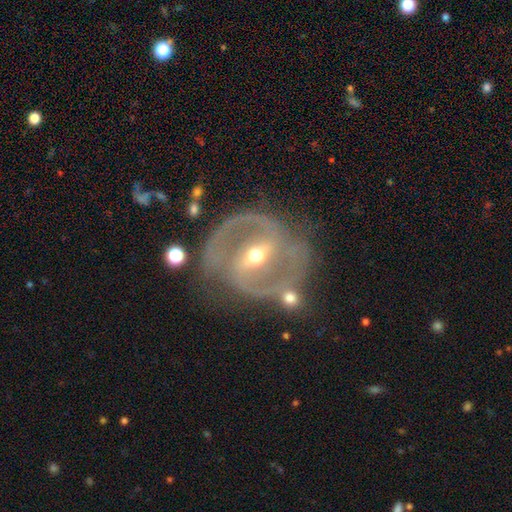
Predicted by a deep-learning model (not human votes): A featured or disk galaxy (87%) with a strong bar (62%), 2 (88%) medium (50%) spiral arms (84%) and a moderate central bulge (58%). Merging: none (63%).